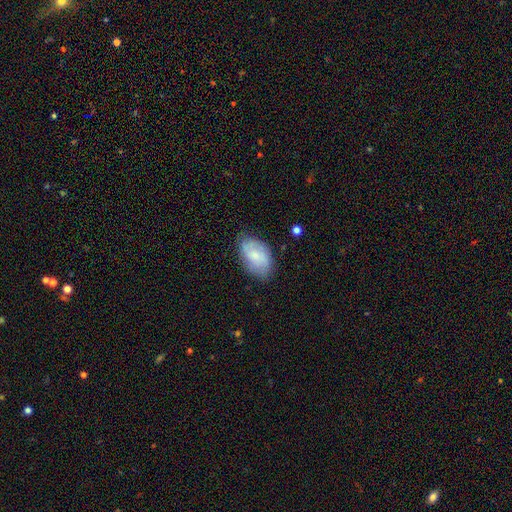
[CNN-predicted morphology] The model was most divided on "smooth or featured": smooth: 57%, featured or disk: 36%, star or artifact: 7%. More confident: how rounded — in between (91%); merging — none (71%).